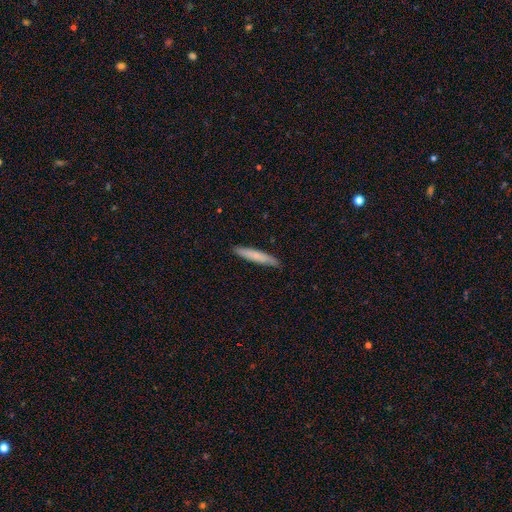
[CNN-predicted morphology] smooth 74%, featured or disk 20%, star or artifact 6%. Down the decision tree: how rounded — cigar-shaped (92%); merging — none (88%).